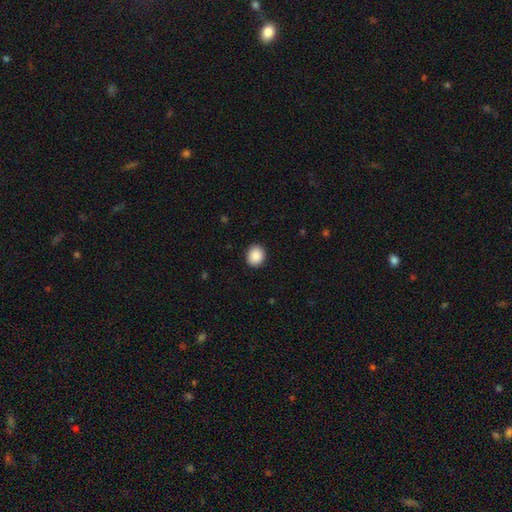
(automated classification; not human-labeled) Smooth or featured? smooth (89%)
How rounded? round (76%)
Merging? none (90%)